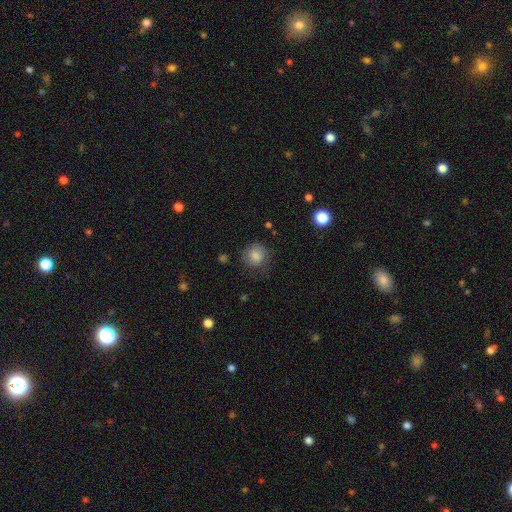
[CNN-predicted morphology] Q: Smooth or featured?
A: smooth (83%); runner-up: star or artifact (10%)
Q: How rounded?
A: round (86%); runner-up: in between (13%)
Q: Merging?
A: none (71%); runner-up: minor disturbance (20%)